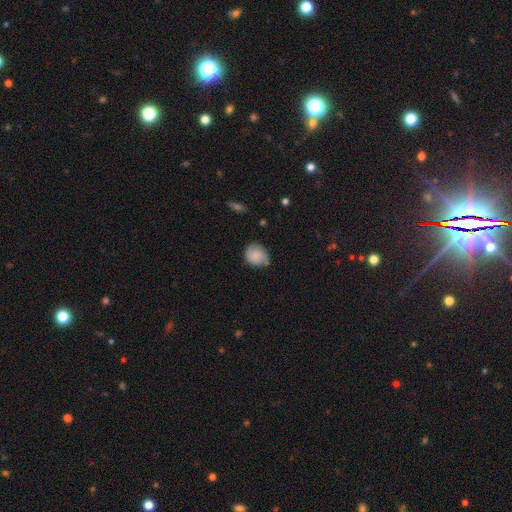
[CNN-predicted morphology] Q: Smooth or featured?
A: smooth (66%); runner-up: featured or disk (26%)
Q: How rounded?
A: round (65%); runner-up: in between (34%)
Q: Merging?
A: none (65%); runner-up: minor disturbance (26%)